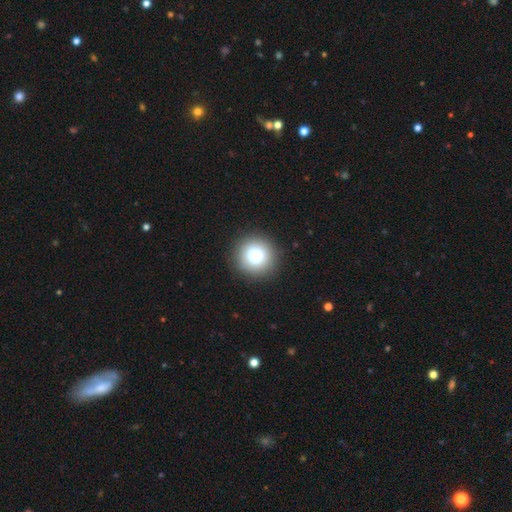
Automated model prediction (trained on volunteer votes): Smooth or featured: smooth — 81% (star or artifact — 10%)
How rounded: round — 95% (in between — 4%)
Merging: none — 91% (minor disturbance — 5%)